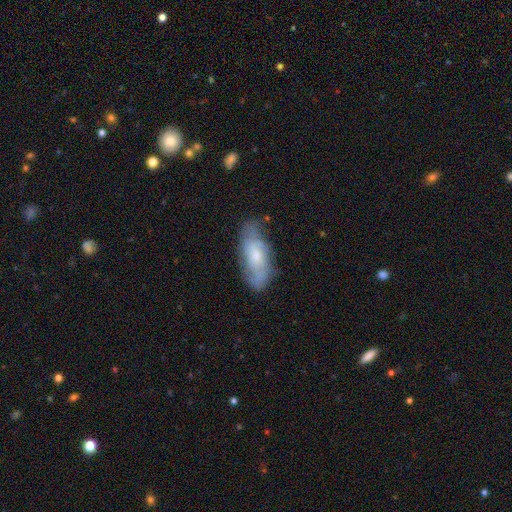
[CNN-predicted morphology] Overall: featured or disk (49%; smooth 44%). Merging: none (65%; minor disturbance 26%).